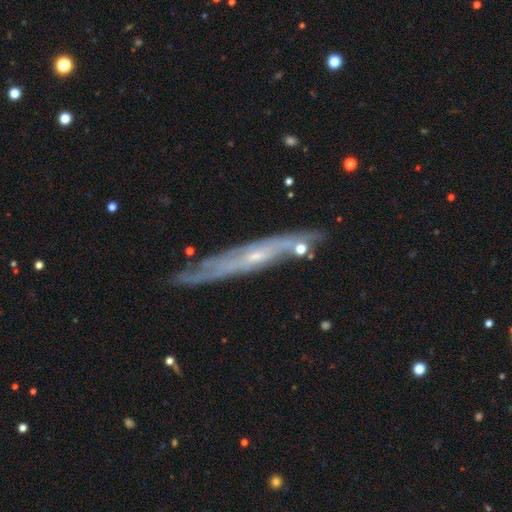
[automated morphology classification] Overall: featured or disk (75%). Edge-on disk: yes (69%; no 31%). Edge-on bulge: none (55%; rounded 42%). Merging: none (76%).